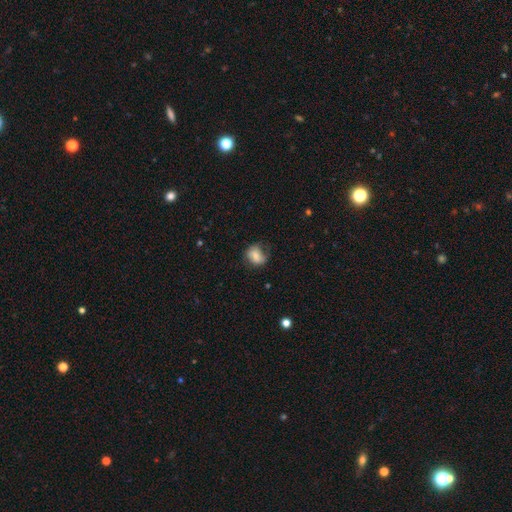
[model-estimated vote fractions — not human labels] Smooth or featured: smooth — 69% (featured or disk — 23%)
How rounded: in between — 51% (round — 47%)
Merging: none — 54% (minor disturbance — 30%)